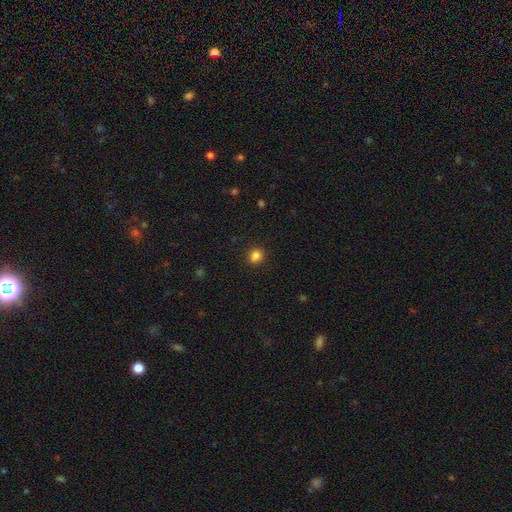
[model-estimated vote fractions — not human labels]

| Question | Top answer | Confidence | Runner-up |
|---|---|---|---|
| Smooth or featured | smooth | 85% | star or artifact (12%) |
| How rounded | round | 84% | in between (16%) |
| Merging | none | 90% | minor disturbance (6%) |